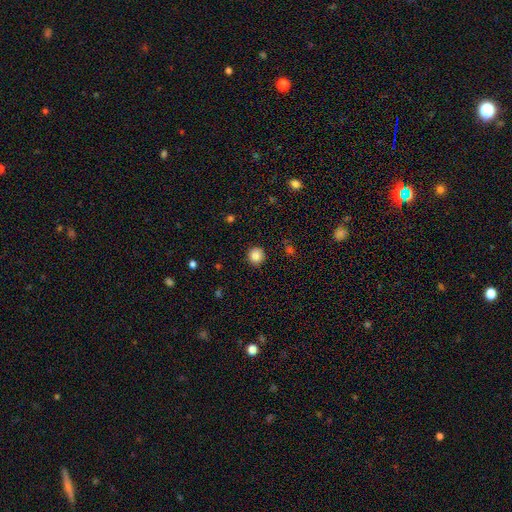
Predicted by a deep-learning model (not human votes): This is clearly a smooth galaxy (85%). How rounded: clearly round (94%). Merging: clearly none (92%).